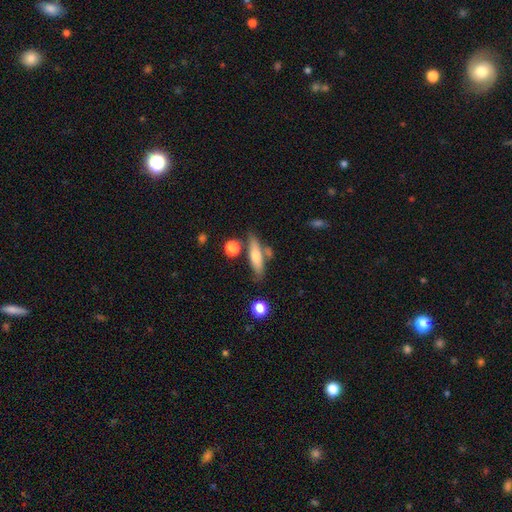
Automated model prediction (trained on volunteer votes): A smooth galaxy with no disk features (65%) that is cigar-shaped (67%). Merging: none (66%).